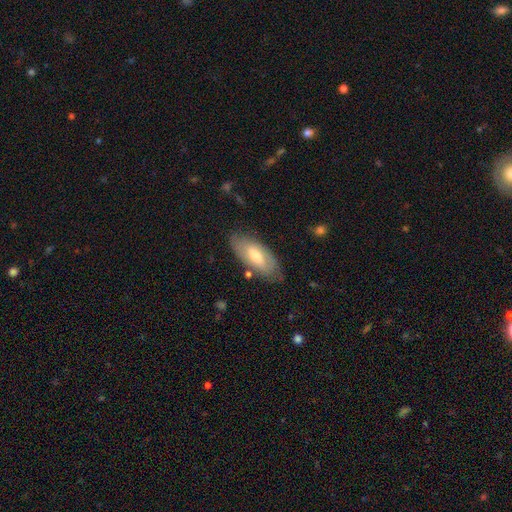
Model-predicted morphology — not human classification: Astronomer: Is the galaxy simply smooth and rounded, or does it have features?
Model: smooth — 55% (runner-up: featured or disk, 39%).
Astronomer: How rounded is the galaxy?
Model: in between — 85%.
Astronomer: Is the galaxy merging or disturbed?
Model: none — 79%.